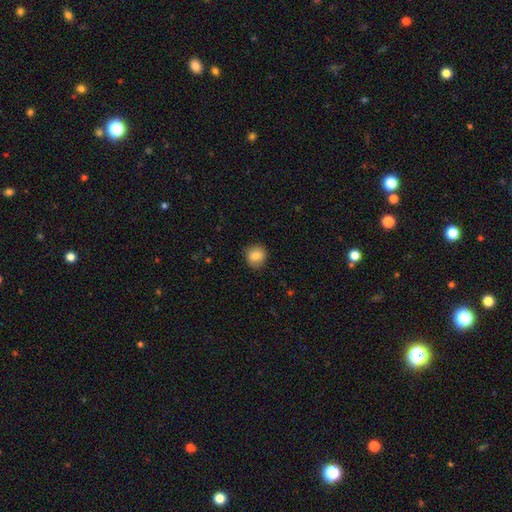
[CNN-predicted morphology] The model was most divided on "how rounded": round: 82%, in between: 17%, cigar-shaped: 1%. More confident: smooth or featured — smooth (83%); merging — none (83%).